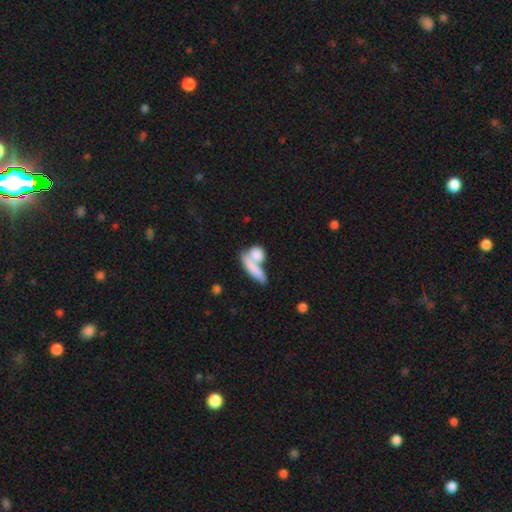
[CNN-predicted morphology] Smooth or featured?
  - smooth: 77% *
  - featured or disk: 16%
  - star or artifact: 7%
How rounded?
  - in between: 41% *
  - cigar-shaped: 31%
  - round: 28%
Merging?
  - merger: 46% *
  - none: 38%
  - minor disturbance: 9%
  - major disturbance: 6%